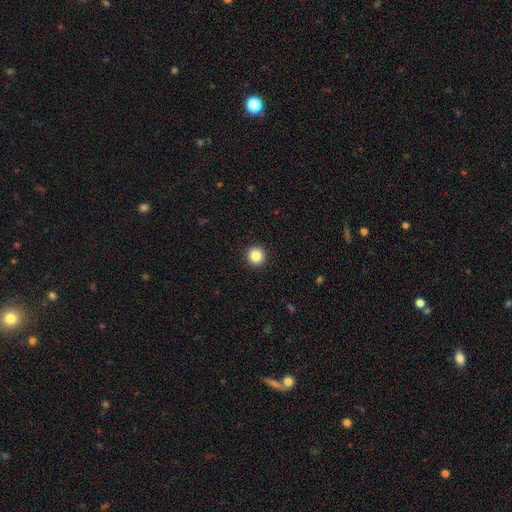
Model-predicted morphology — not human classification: smooth-or-featured: smooth: 86% | star or artifact: 10% | featured or disk: 4%
  how-rounded: round: 95% | in between: 4% | cigar-shaped: 1%
  merging: none: 93% | minor disturbance: 4% | major disturbance: 2% | merger: 1%